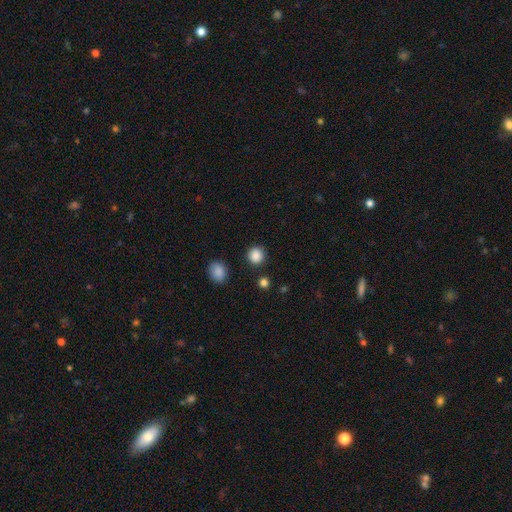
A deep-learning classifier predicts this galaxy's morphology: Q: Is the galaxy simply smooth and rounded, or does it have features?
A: smooth — 87%.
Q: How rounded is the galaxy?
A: round — 90%.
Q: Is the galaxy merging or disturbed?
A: none — 88%.